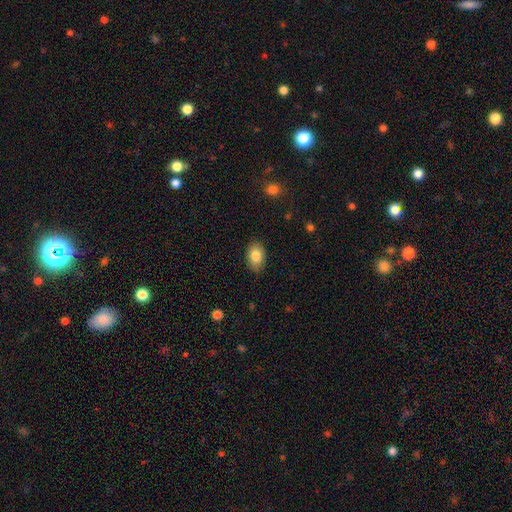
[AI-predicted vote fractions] Smooth or featured: smooth — 84% (featured or disk — 9%)
How rounded: in between — 86% (round — 13%)
Merging: none — 85% (minor disturbance — 12%)